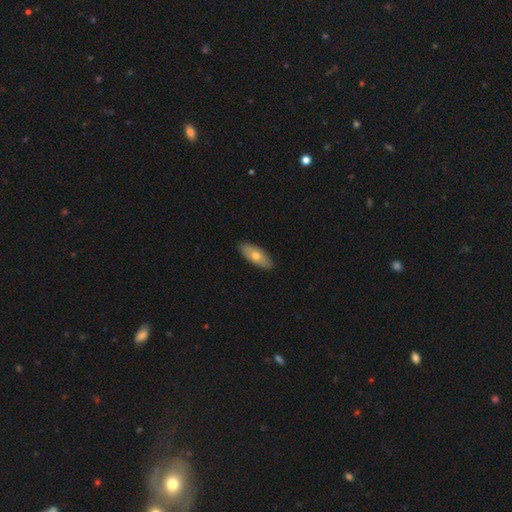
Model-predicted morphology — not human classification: A smooth galaxy with no disk features (65%) that is in between round and cigar-shaped (81%).

Vote fractions:
- Smooth or featured? smooth: 65% / featured or disk: 30% / star or artifact: 5%
- How rounded? in between: 81% / cigar-shaped: 16% / round: 3%
- Merging? none: 89% / minor disturbance: 8% / major disturbance: 2% / merger: 1%